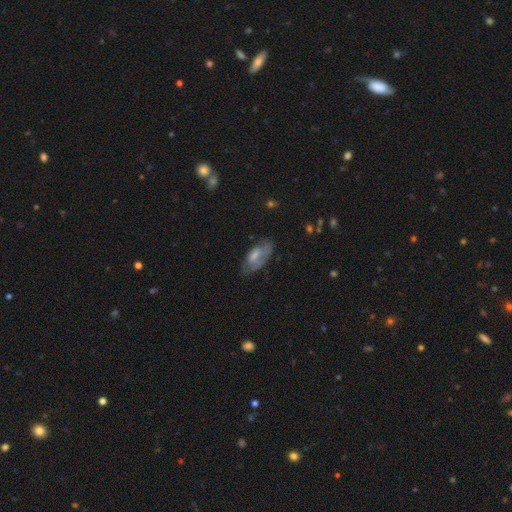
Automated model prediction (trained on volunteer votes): Smooth or featured?
  - smooth: 55% *
  - featured or disk: 38%
  - star or artifact: 8%
How rounded?
  - in between: 87% *
  - cigar-shaped: 10%
  - round: 3%
Merging?
  - none: 51% *
  - minor disturbance: 31%
  - major disturbance: 16%
  - merger: 3%